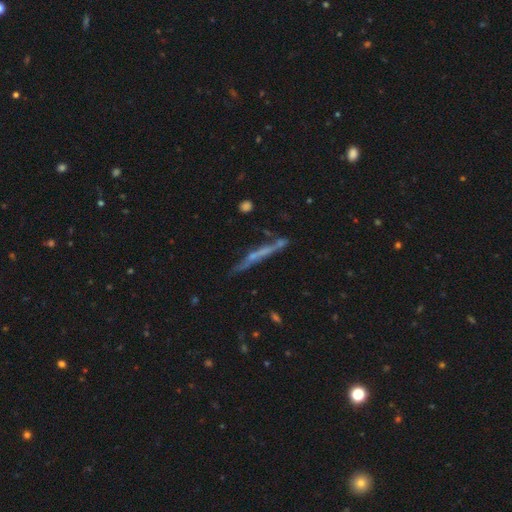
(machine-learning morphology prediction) smooth-or-featured: featured or disk: 60% | smooth: 29% | star or artifact: 10%
  disk-edge-on: yes: 89% | no: 11%
    edge-on-bulge: none: 65% | rounded: 26% | boxy: 9%
  merging: none: 71% | minor disturbance: 17% | merger: 7% | major disturbance: 6%